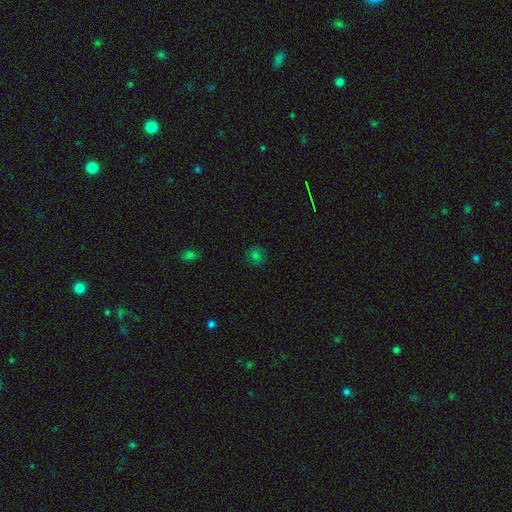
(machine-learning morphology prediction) Smooth or featured?
  - smooth: 71% *
  - star or artifact: 21%
  - featured or disk: 8%
How rounded?
  - round: 86% *
  - in between: 13%
  - cigar-shaped: 1%
Merging?
  - none: 86% *
  - minor disturbance: 10%
  - major disturbance: 3%
  - merger: 1%